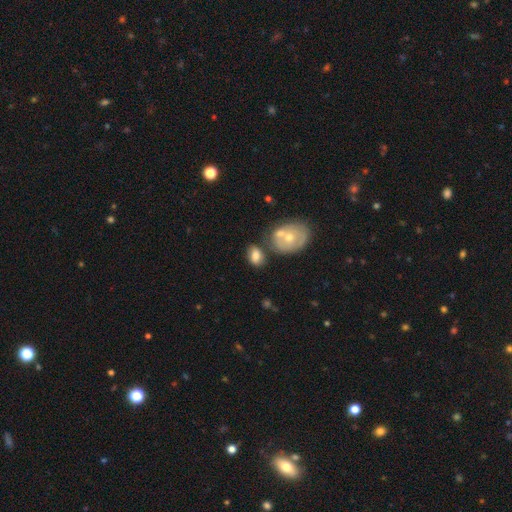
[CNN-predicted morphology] A smooth galaxy with no disk features (73%) that is in between round and cigar-shaped (83%).

Vote fractions:
- Smooth or featured? smooth: 73% / featured or disk: 18% / star or artifact: 8%
- How rounded? in between: 83% / round: 16% / cigar-shaped: 2%
- Merging? none: 55% / merger: 20% / minor disturbance: 19% / major disturbance: 6%